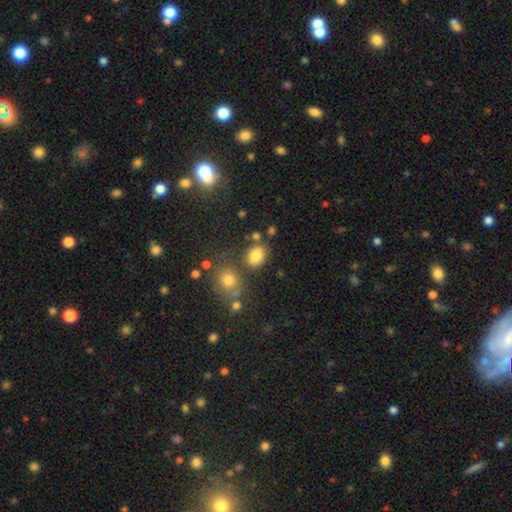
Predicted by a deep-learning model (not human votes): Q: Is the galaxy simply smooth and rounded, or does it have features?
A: smooth — 81%.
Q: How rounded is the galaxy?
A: in between — 57%.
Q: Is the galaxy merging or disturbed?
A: none — 68%.